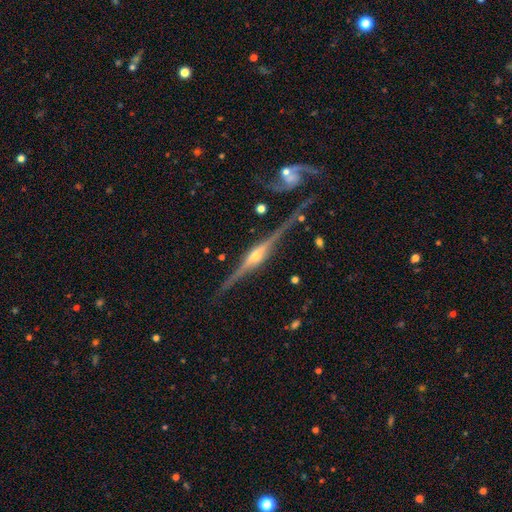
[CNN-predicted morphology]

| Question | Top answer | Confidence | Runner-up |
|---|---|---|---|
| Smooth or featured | featured or disk | 90% | smooth (5%) |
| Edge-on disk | yes | 97% | no (3%) |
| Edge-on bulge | rounded | 89% | boxy (7%) |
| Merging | none | 81% | minor disturbance (12%) |